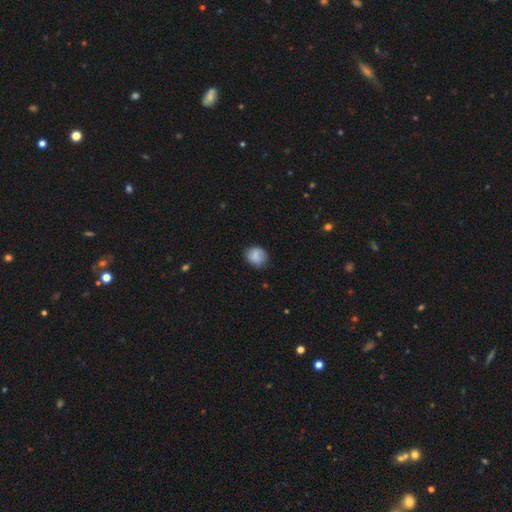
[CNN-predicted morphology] smooth_or_featured: smooth (p=0.82) [alt: featured or disk p=0.10]
how_rounded: round (p=0.63) [alt: in between p=0.36]
merging: none (p=0.73) [alt: minor disturbance p=0.21]